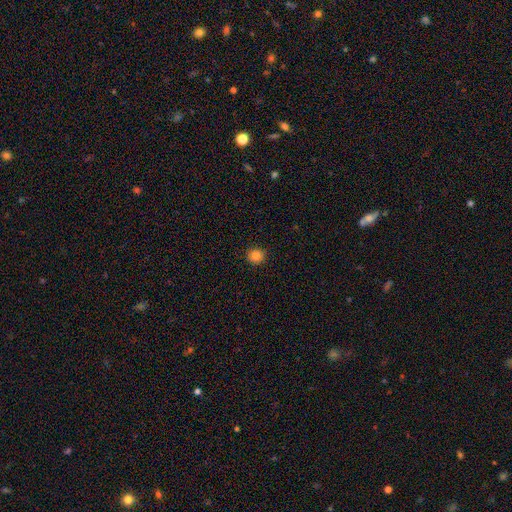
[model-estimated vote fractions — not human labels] Smooth or featured? Predicted: smooth (p=0.85). How rounded? Predicted: round (p=0.92). Merging? Predicted: none (p=0.91).